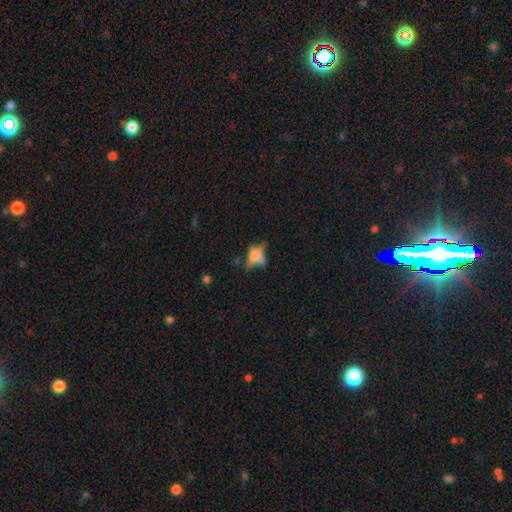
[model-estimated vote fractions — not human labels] Overall: smooth (49%; featured or disk 35%). Merging: none (40%; major disturbance 27%).